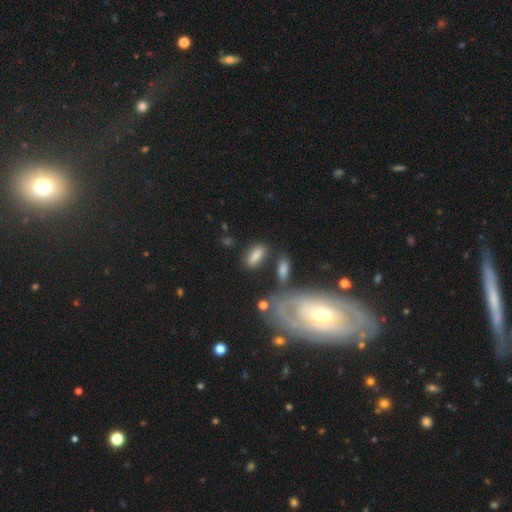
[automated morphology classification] Smooth or featured? Predicted: smooth (p=0.79). How rounded? Predicted: in between (p=0.82). Merging? Predicted: none (p=0.67).